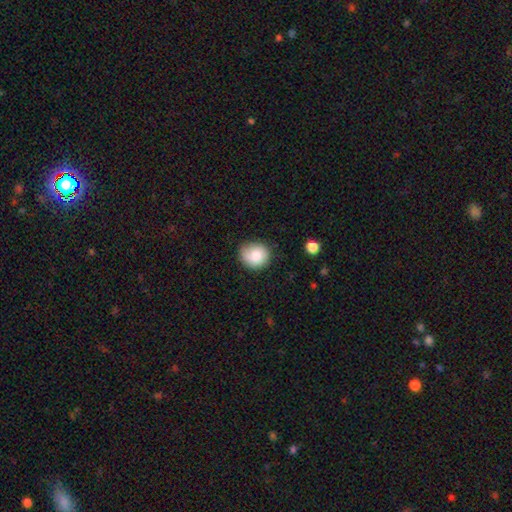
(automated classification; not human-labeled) Smooth or featured?
  - smooth: 81% *
  - featured or disk: 11%
  - star or artifact: 8%
How rounded?
  - round: 80% *
  - in between: 19%
  - cigar-shaped: 1%
Merging?
  - none: 72% *
  - minor disturbance: 21%
  - major disturbance: 5%
  - merger: 2%